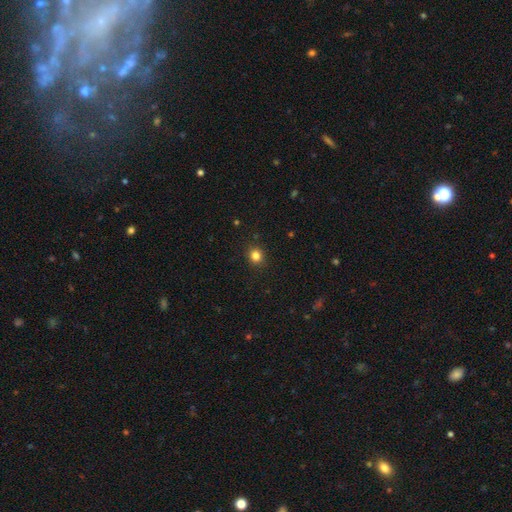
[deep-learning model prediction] Smooth or featured?
  - smooth: 82% *
  - star or artifact: 13%
  - featured or disk: 4%
How rounded?
  - round: 88% *
  - in between: 12%
  - cigar-shaped: 1%
Merging?
  - none: 91% *
  - minor disturbance: 6%
  - major disturbance: 2%
  - merger: 1%